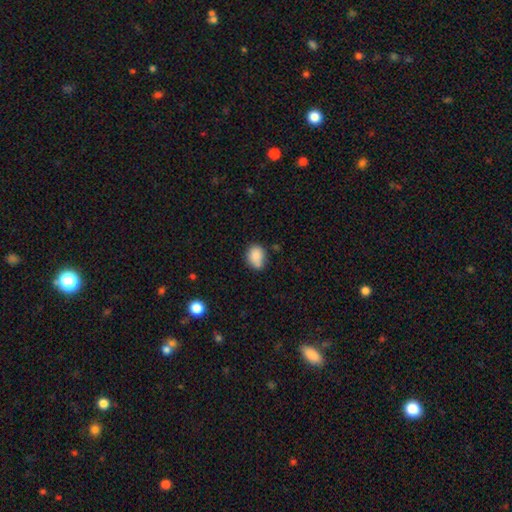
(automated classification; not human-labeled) Smooth or featured?
  - smooth: 82% *
  - star or artifact: 9%
  - featured or disk: 9%
How rounded?
  - in between: 56% *
  - round: 43%
  - cigar-shaped: 1%
Merging?
  - none: 59% *
  - minor disturbance: 26%
  - merger: 10%
  - major disturbance: 5%